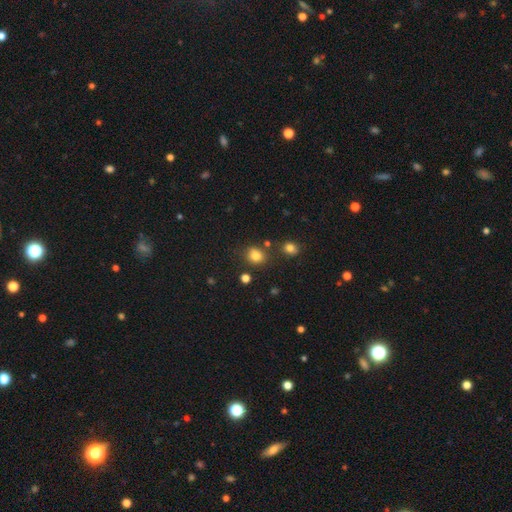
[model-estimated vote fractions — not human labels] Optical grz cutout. It shows a smooth galaxy with no disk features (80%) that is round (70%). Merging: none (74%).